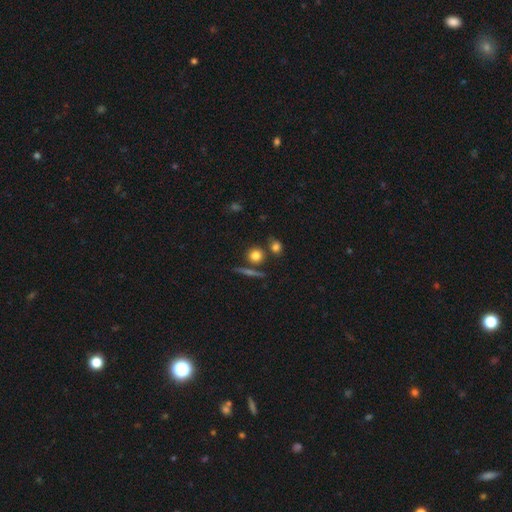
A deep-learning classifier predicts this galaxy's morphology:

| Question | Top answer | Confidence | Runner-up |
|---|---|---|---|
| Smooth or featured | smooth | 77% | star or artifact (12%) |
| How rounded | round | 82% | in between (13%) |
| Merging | none | 73% | merger (14%) |